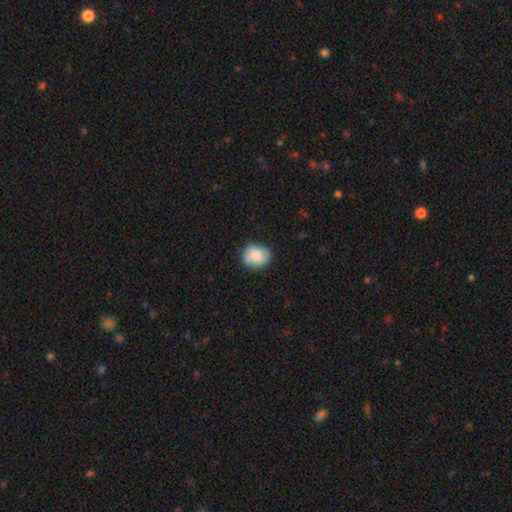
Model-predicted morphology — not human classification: A smooth galaxy with no disk features (83%) that is round (67%).

Vote fractions:
- Smooth or featured? smooth: 83% / featured or disk: 9% / star or artifact: 7%
- How rounded? round: 67% / in between: 33% / cigar-shaped: 1%
- Merging? none: 81% / minor disturbance: 15% / major disturbance: 3% / merger: 1%